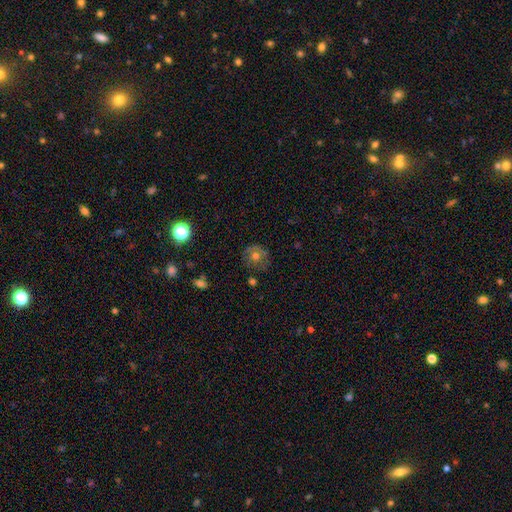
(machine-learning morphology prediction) Smooth or featured? smooth (54%)
How rounded? round (86%)
Merging? none (73%)